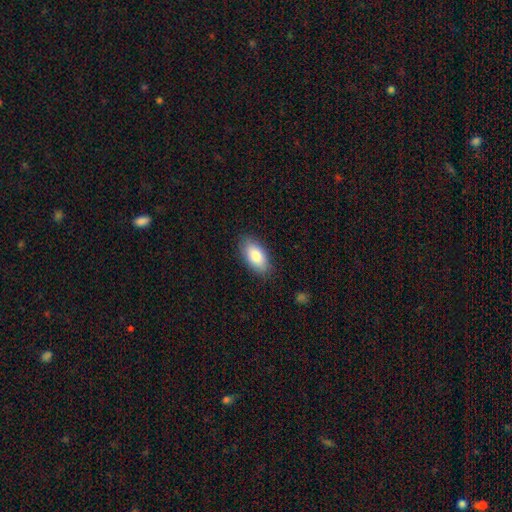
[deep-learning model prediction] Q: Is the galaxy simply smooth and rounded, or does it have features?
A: smooth — 84%.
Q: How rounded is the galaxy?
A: in between — 93%.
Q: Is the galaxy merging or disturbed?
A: none — 85%.